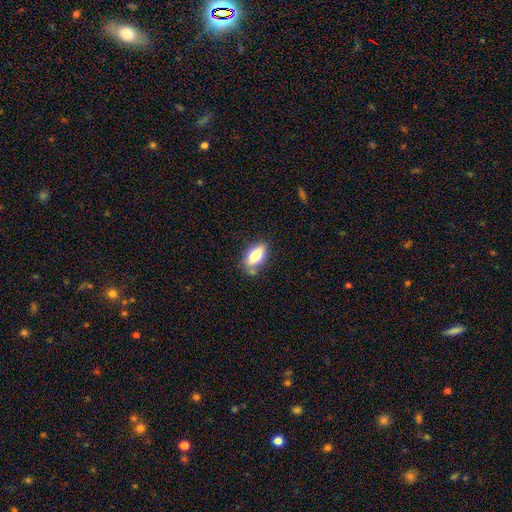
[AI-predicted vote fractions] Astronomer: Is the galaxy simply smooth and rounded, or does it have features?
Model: smooth — 73%.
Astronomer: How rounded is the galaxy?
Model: in between — 86%.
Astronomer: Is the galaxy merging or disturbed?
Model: none — 74%.